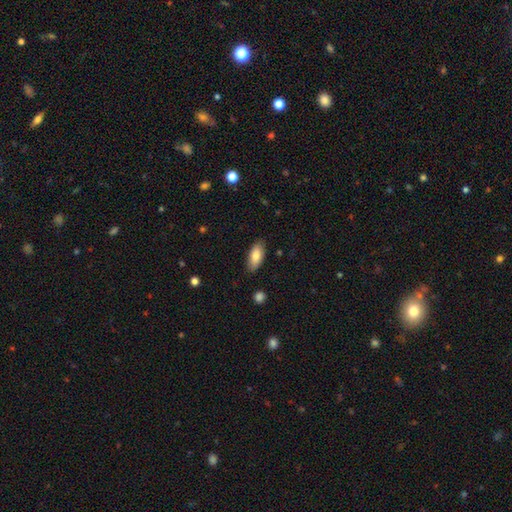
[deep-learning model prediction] Smooth or featured?
  - smooth: 81% *
  - featured or disk: 13%
  - star or artifact: 6%
How rounded?
  - in between: 87% *
  - cigar-shaped: 11%
  - round: 2%
Merging?
  - none: 84% *
  - minor disturbance: 13%
  - major disturbance: 2%
  - merger: 1%